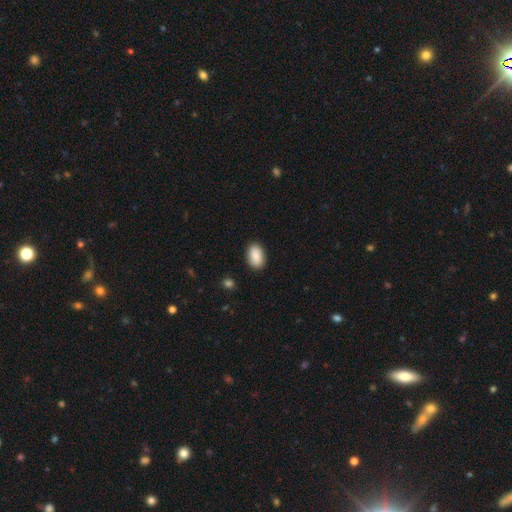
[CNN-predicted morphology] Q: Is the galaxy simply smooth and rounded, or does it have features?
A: smooth — 87%.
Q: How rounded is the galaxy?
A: in between — 92%.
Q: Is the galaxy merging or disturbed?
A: none — 88%.